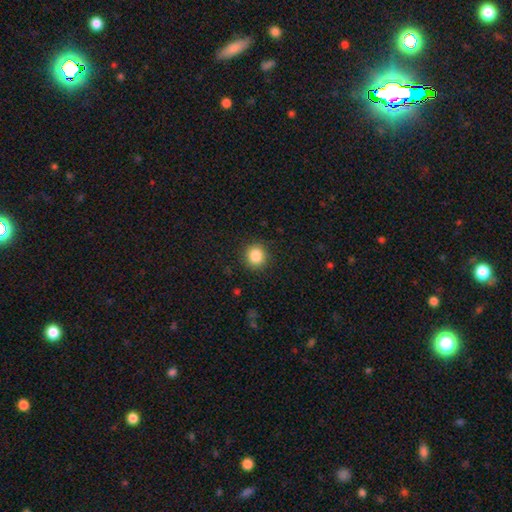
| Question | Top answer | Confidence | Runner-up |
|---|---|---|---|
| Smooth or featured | smooth | 89% | featured or disk (5%) |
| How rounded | round | 91% | in between (6%) |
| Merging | none | 89% | minor disturbance (9%) |